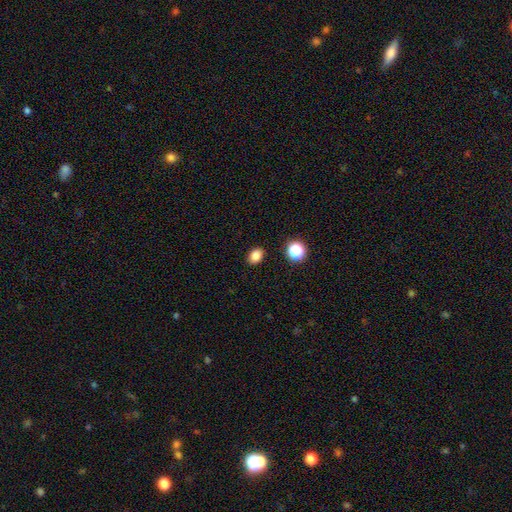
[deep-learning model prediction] Smooth or featured? Predicted: smooth (p=0.83). How rounded? Predicted: in between (p=0.71). Merging? Predicted: none (p=0.88).